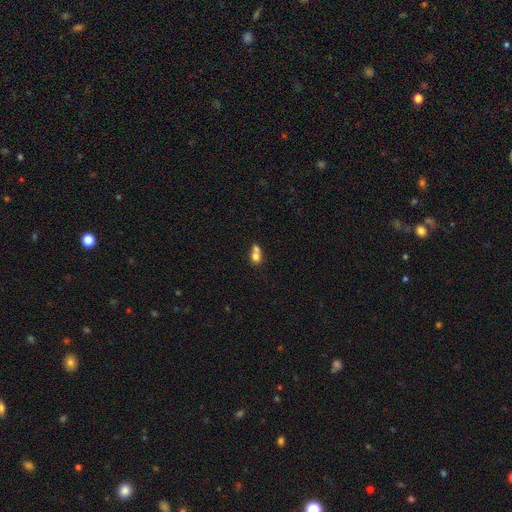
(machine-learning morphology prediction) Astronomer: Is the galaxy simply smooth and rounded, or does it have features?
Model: smooth — 72%.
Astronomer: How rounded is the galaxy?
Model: round — 59% (runner-up: in between, 39%).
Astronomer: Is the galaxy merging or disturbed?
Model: merger — 65%.